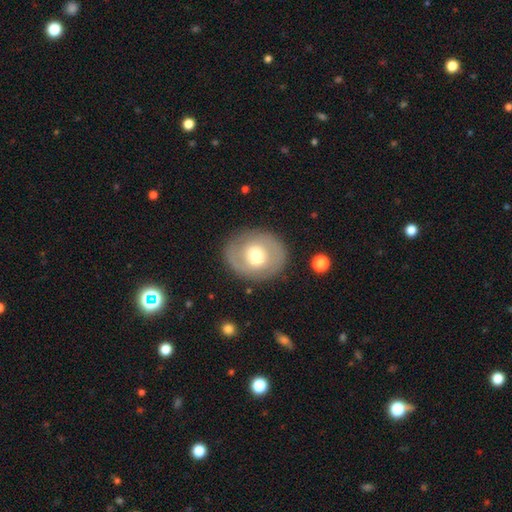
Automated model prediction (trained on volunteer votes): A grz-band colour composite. It shows a featured or disk galaxy (49%). Merging: none (85%).